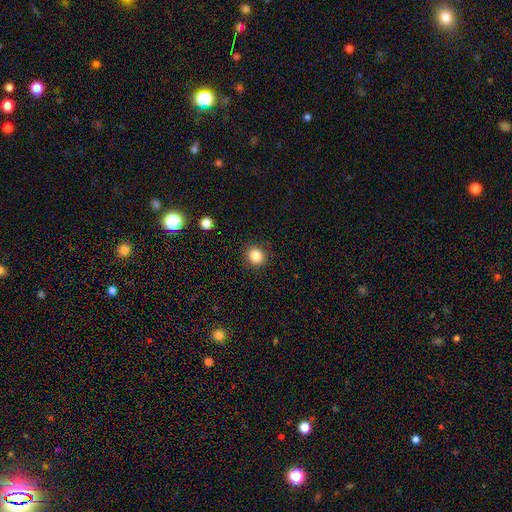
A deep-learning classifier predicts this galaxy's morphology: Overall: smooth (84%). How rounded: round (86%). Merging: none (90%).